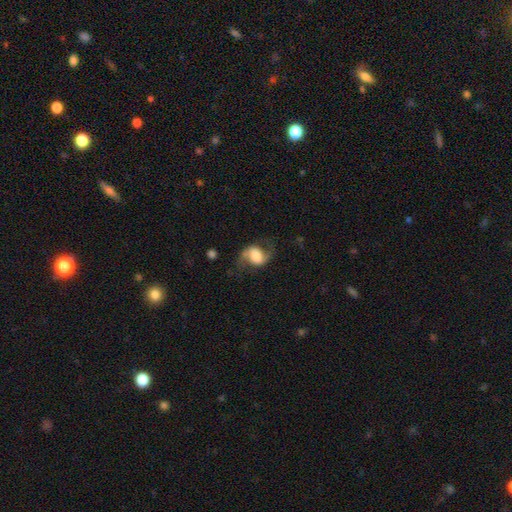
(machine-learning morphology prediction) featured or disk 71%, smooth 21%, star or artifact 8%. Down the decision tree: edge-on disk — no (97%); bar — no (39%); spiral arms — yes (93%); spiral arm count — 2 (91%); spiral winding — loose (62%); bulge size — large (41%); merging — none (66%).